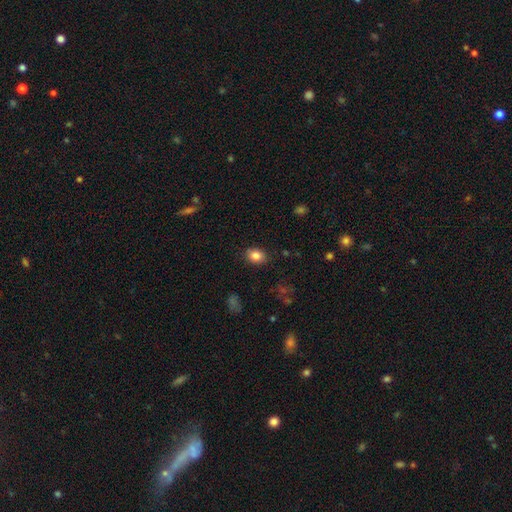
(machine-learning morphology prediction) The model was most divided on "how rounded": in between: 65%, round: 33%, cigar-shaped: 1%. More confident: merging — none (87%); smooth or featured — smooth (84%).